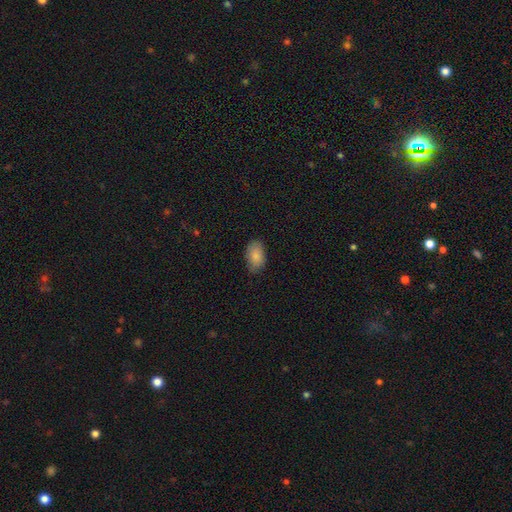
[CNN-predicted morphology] Overall: smooth (86%). How rounded: in between (91%). Merging: none (76%).